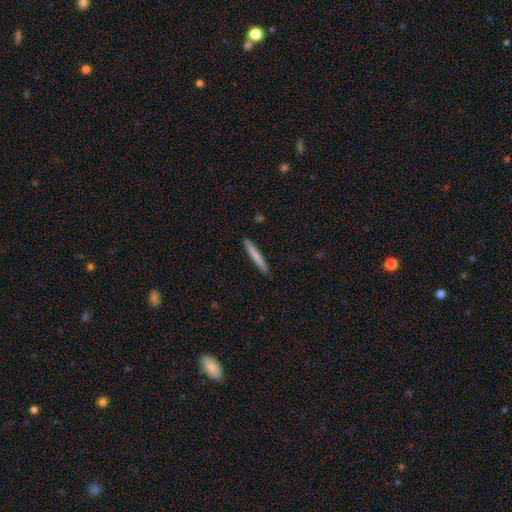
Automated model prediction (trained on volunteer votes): This is likely a smooth galaxy (75%). How rounded: clearly cigar-shaped (97%). Merging: clearly none (92%).